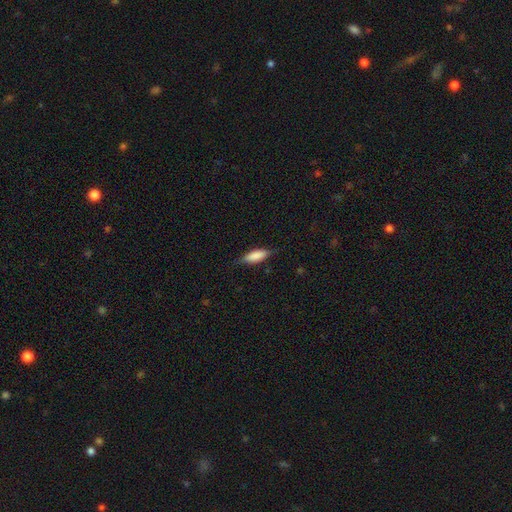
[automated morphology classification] Overall: smooth (79%). How rounded: in between (61%; cigar-shaped 37%). Merging: none (78%).